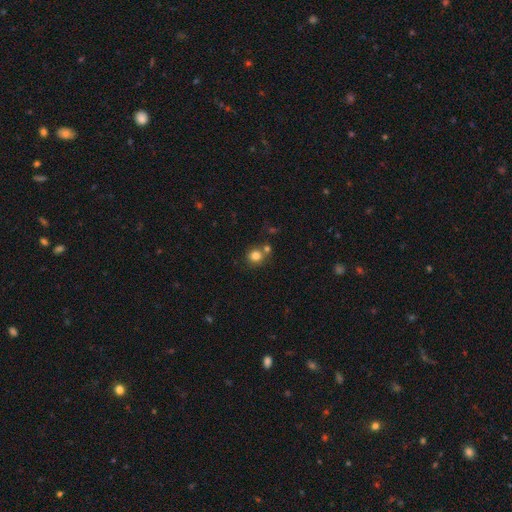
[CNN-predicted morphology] Q: Smooth or featured?
A: smooth (81%); runner-up: star or artifact (12%)
Q: How rounded?
A: round (86%); runner-up: in between (13%)
Q: Merging?
A: none (63%); runner-up: merger (24%)